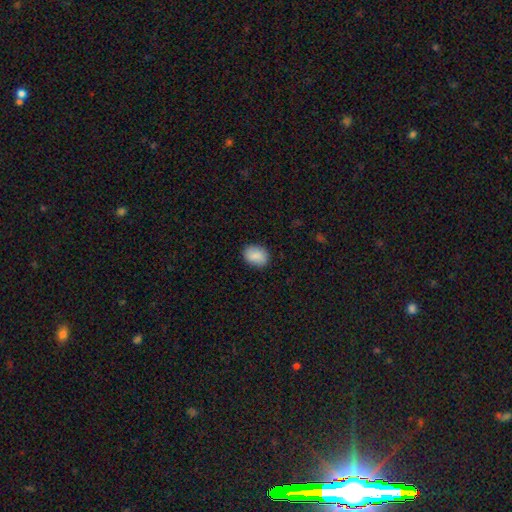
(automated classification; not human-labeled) smooth 87%, star or artifact 7%, featured or disk 6%. Down the decision tree: how rounded — in between (70%); merging — none (87%).